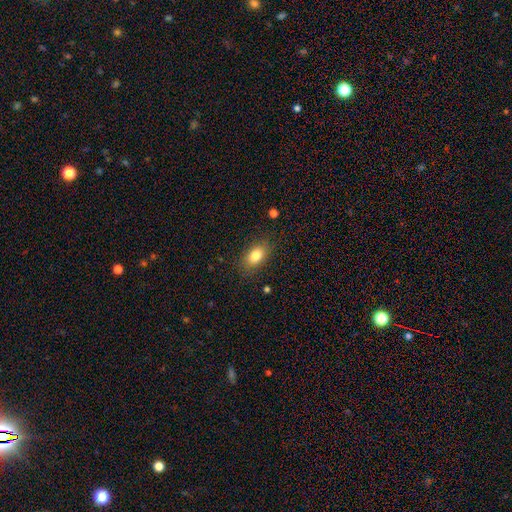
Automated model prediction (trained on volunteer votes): Q: Smooth or featured?
A: smooth (82%); runner-up: featured or disk (10%)
Q: How rounded?
A: in between (88%); runner-up: round (9%)
Q: Merging?
A: none (83%); runner-up: minor disturbance (12%)